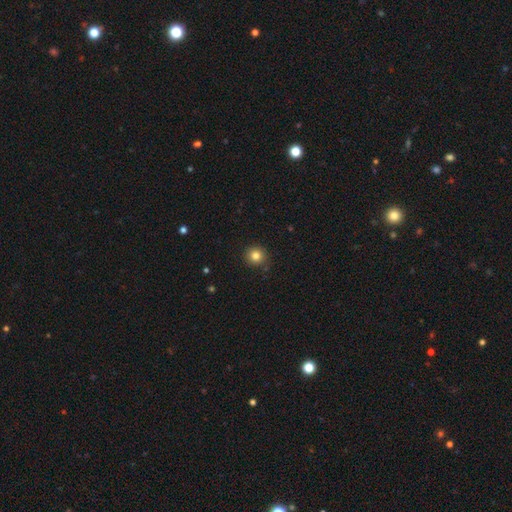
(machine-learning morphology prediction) smooth 82%, star or artifact 12%, featured or disk 6%. Down the decision tree: how rounded — round (92%); merging — none (89%).